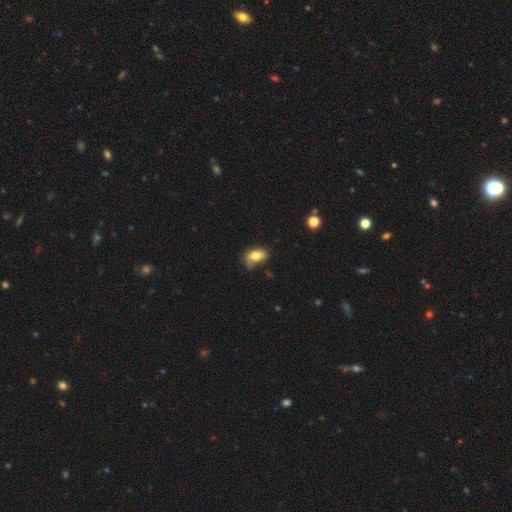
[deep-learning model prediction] This is likely a smooth galaxy (75%). How rounded: clearly in between (85%). Merging: possibly none (45%).